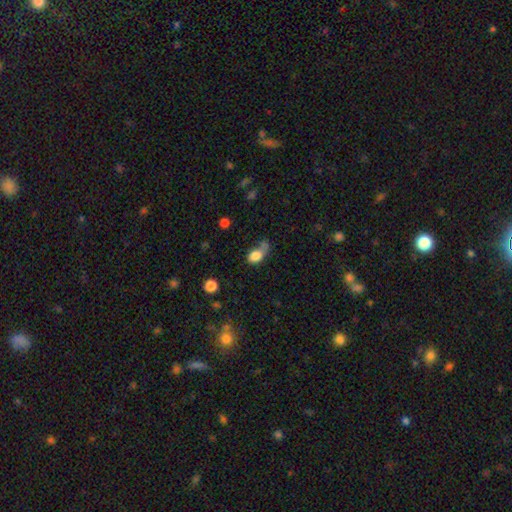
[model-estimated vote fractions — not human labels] smooth 79%, featured or disk 11%, star or artifact 9%. Down the decision tree: how rounded — in between (73%); merging — none (33%).